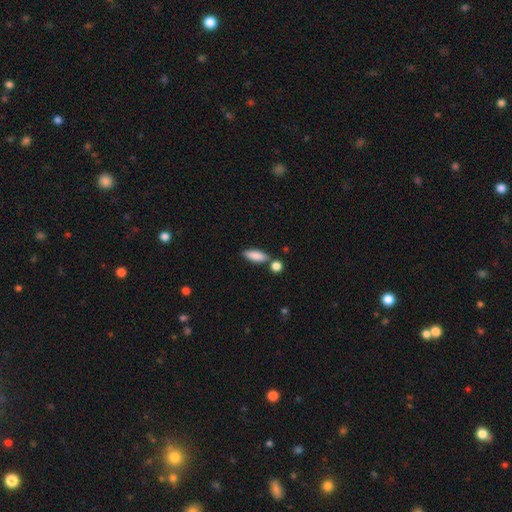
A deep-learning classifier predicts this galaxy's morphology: Overall: smooth (85%). How rounded: in between (65%; cigar-shaped 31%). Merging: none (72%).